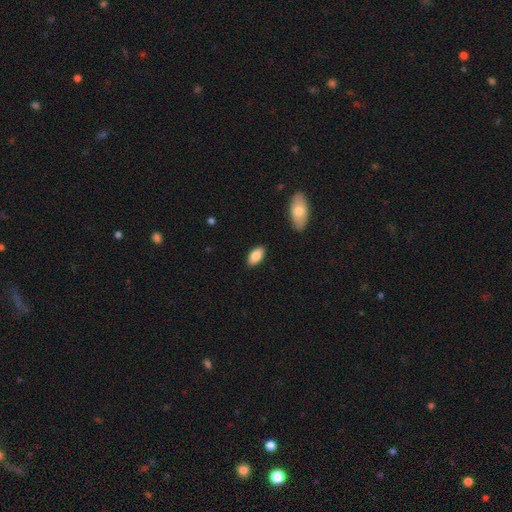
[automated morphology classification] Smooth or featured?
  - smooth: 84% *
  - featured or disk: 10%
  - star or artifact: 6%
How rounded?
  - in between: 93% *
  - cigar-shaped: 4%
  - round: 3%
Merging?
  - none: 87% *
  - minor disturbance: 9%
  - major disturbance: 2%
  - merger: 2%